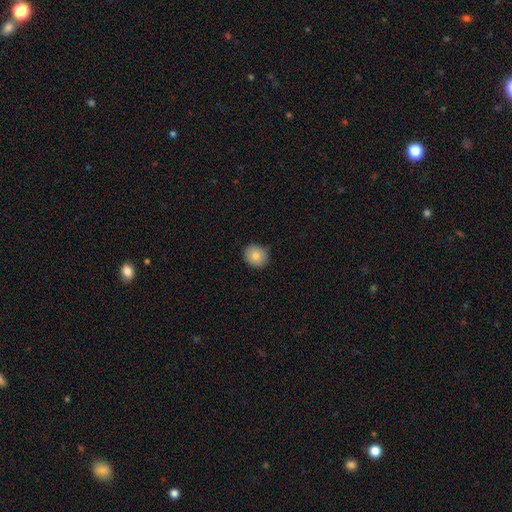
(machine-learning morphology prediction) Smooth or featured? Predicted: smooth (p=0.81). How rounded? Predicted: round (p=0.78). Merging? Predicted: none (p=0.87).